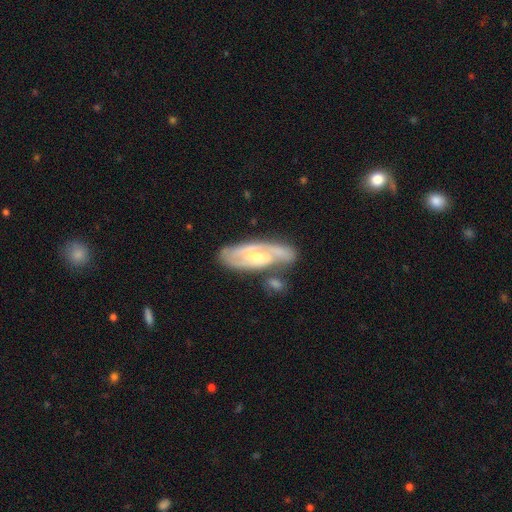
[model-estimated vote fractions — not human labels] featured or disk 81%, smooth 14%, star or artifact 5%. Down the decision tree: edge-on disk — no (90%); bar — weak (49%); spiral arms — yes (92%); spiral arm count — 2 (70%); spiral winding — medium (43%, tied with tight); bulge size — moderate (49%); merging — none (63%).